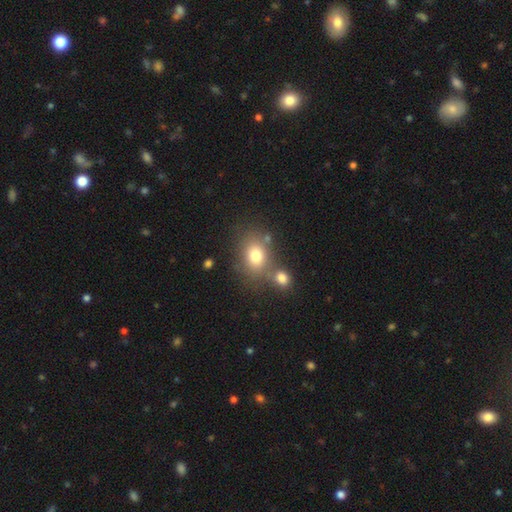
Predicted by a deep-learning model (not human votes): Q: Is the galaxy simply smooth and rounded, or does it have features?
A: smooth — 76%.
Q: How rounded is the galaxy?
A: in between — 57%.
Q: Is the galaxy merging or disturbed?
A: none — 53%.